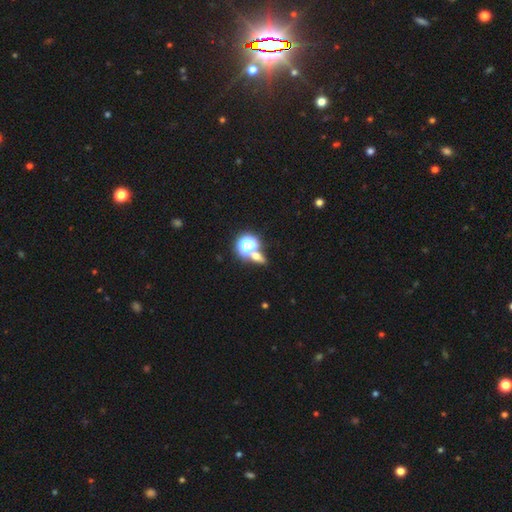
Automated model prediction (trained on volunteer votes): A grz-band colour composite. It shows a smooth galaxy with no disk features (50%) that is round (53%). Merging: none (62%).